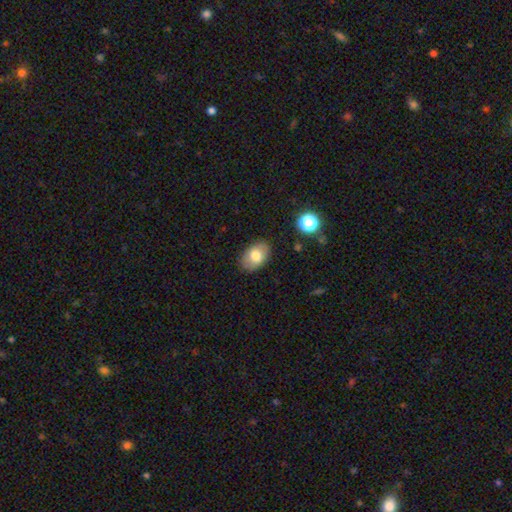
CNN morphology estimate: A smooth galaxy with no disk features (74%) that is in between round and cigar-shaped (85%). Merging: none (85%).